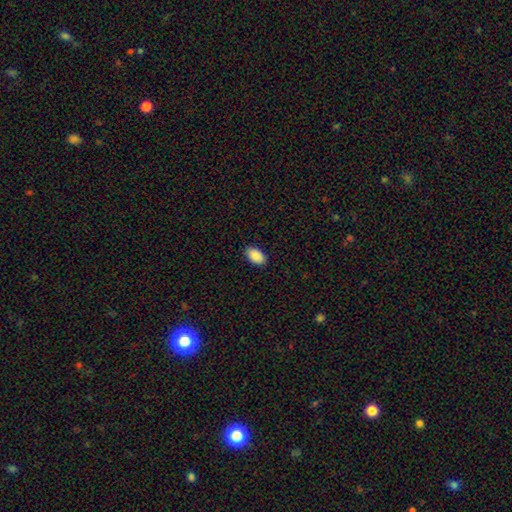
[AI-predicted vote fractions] smooth-or-featured: smooth: 91% | star or artifact: 7% | featured or disk: 3%
  how-rounded: in between: 94% | round: 4% | cigar-shaped: 1%
  merging: none: 89% | minor disturbance: 8% | major disturbance: 2% | merger: 1%